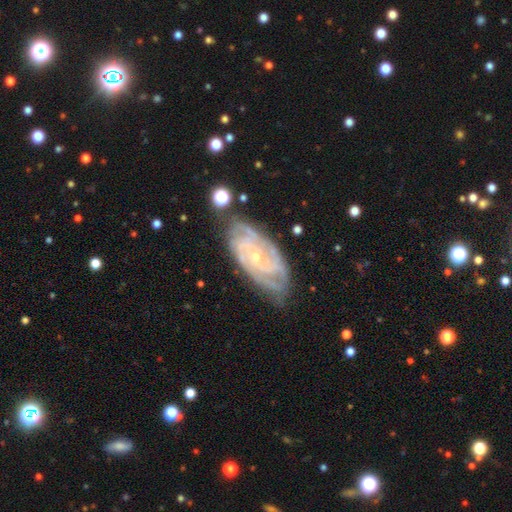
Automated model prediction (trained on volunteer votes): Smooth or featured? featured or disk (87%)
Edge-on disk? no (94%)
Bar? no (72%)
Spiral arms? yes (97%)
Spiral winding? tight (72%)
Spiral arm count? 3 (25%)
Bulge size? small (79%)
Merging? none (74%)